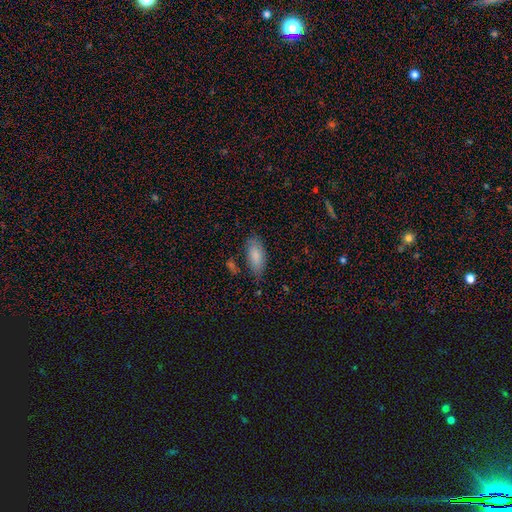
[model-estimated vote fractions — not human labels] This appears to be a smooth galaxy with no disk features (85%) that is in between round and cigar-shaped (84%). Merging: none (73%).